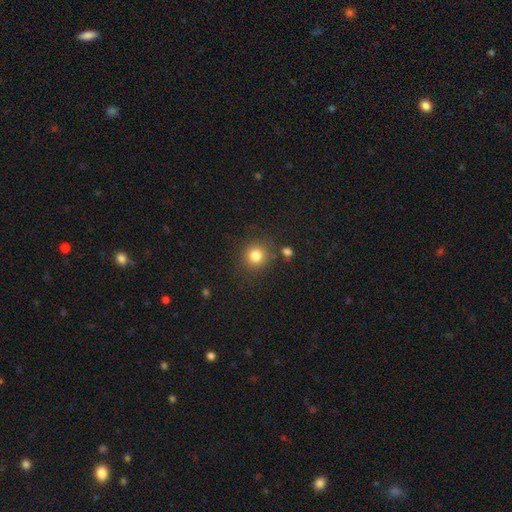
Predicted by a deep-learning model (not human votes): smooth 82%, star or artifact 12%, featured or disk 6%. Down the decision tree: how rounded — round (91%); merging — none (83%).